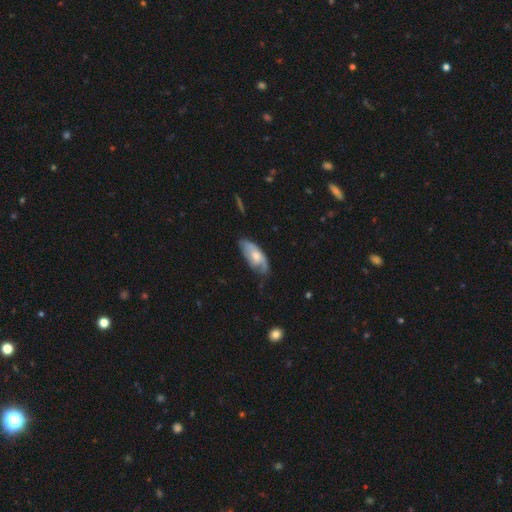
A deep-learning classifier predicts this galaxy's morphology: A featured or disk galaxy (48%). Merging: none (41%).